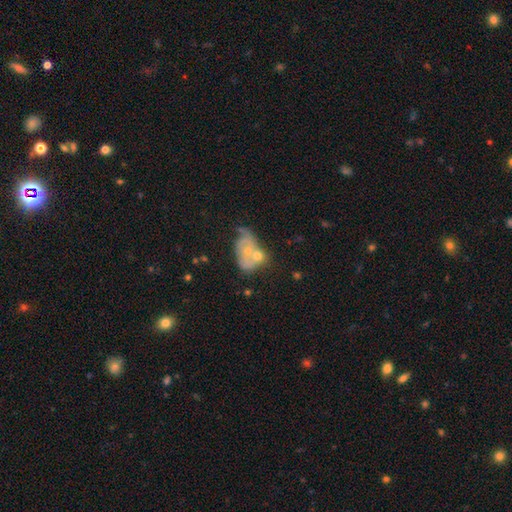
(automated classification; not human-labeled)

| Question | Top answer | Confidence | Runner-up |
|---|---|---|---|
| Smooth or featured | featured or disk | 51% | smooth (37%) |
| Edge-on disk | no | 95% | yes (5%) |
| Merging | merger | 40% | none (25%) |